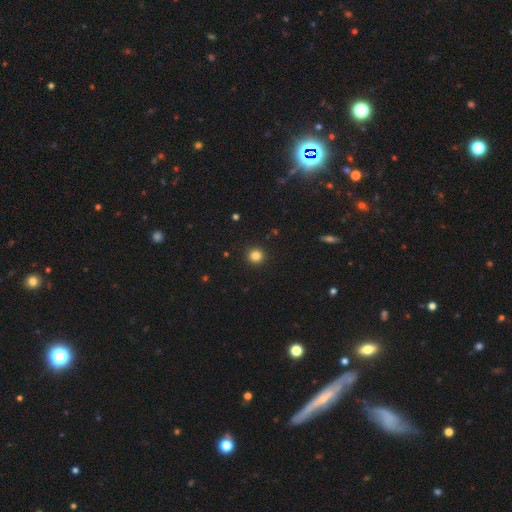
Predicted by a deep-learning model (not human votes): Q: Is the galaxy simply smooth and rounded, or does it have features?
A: smooth — 84%.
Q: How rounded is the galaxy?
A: round — 94%.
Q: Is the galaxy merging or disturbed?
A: none — 93%.